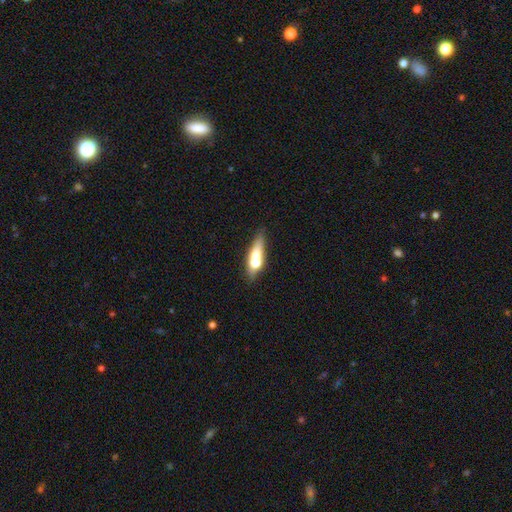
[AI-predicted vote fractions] The model was most divided on "how rounded": cigar-shaped: 47%, in between: 45%, round: 8%. Remaining: smooth or featured — smooth (54%); merging — none (48%).